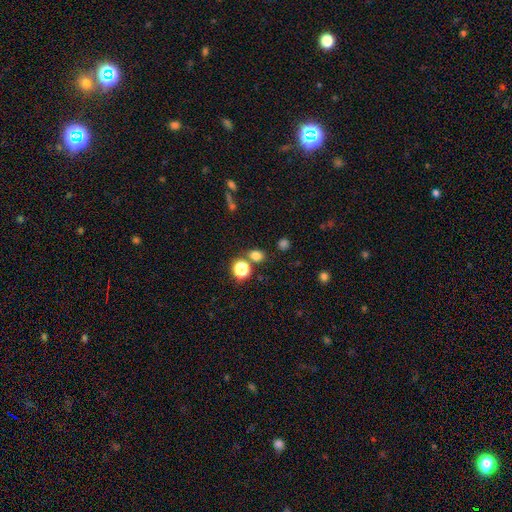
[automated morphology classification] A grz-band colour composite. It shows a smooth galaxy with no disk features (75%) that is round (60%). Merging: none (75%).